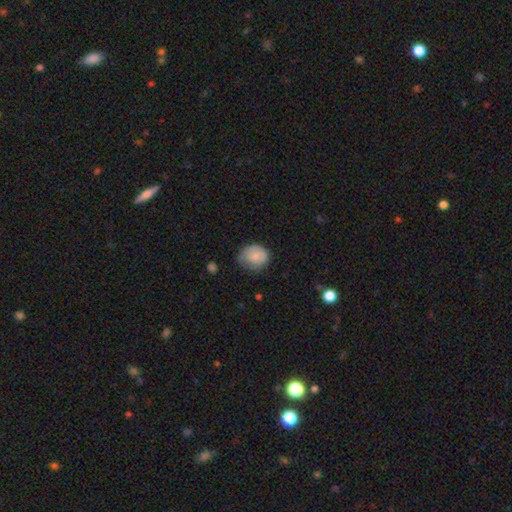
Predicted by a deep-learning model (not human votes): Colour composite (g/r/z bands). It shows a smooth galaxy with no disk features (75%) that is round (66%). Merging: none (51%).